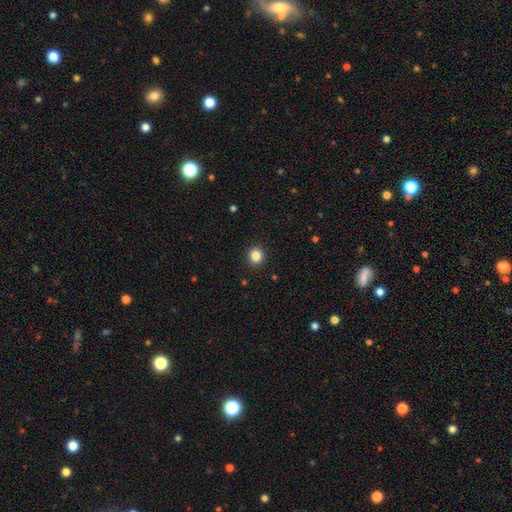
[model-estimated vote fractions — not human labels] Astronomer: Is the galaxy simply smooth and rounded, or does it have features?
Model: smooth — 84%.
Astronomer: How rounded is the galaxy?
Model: round — 88%.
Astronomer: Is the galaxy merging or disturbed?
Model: none — 92%.